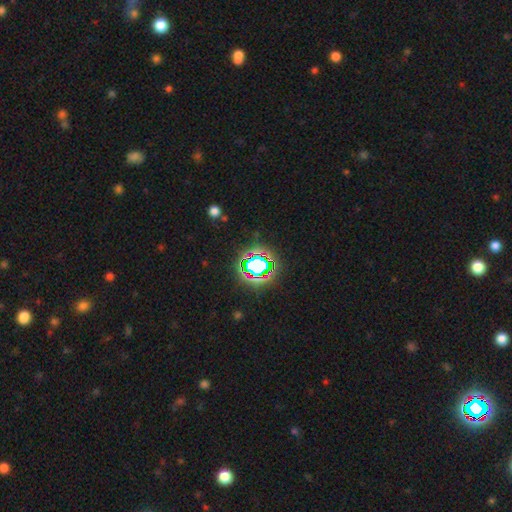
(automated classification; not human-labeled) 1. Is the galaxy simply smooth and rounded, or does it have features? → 79% star or artifact, 13% smooth, 7% featured or disk.